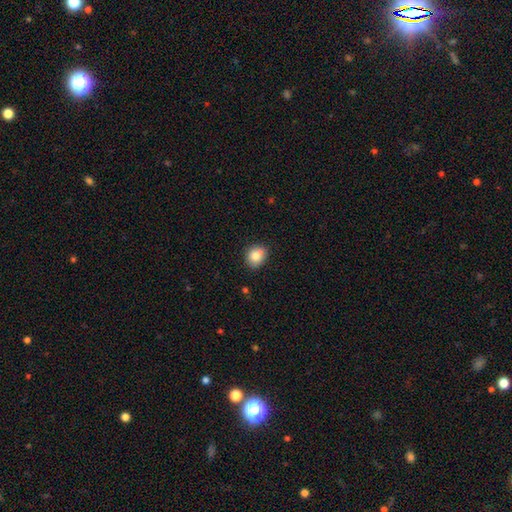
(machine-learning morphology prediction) This is clearly a smooth galaxy (84%). How rounded: likely round (63%). Merging: clearly none (81%).